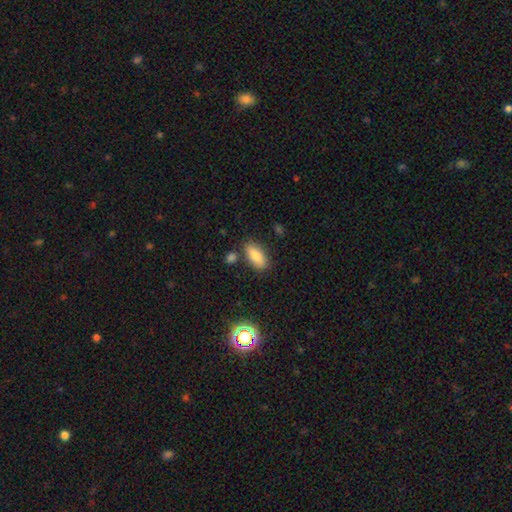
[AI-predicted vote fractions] This appears to be a smooth galaxy with no disk features (80%) that is in between round and cigar-shaped (85%). Merging: none (79%).